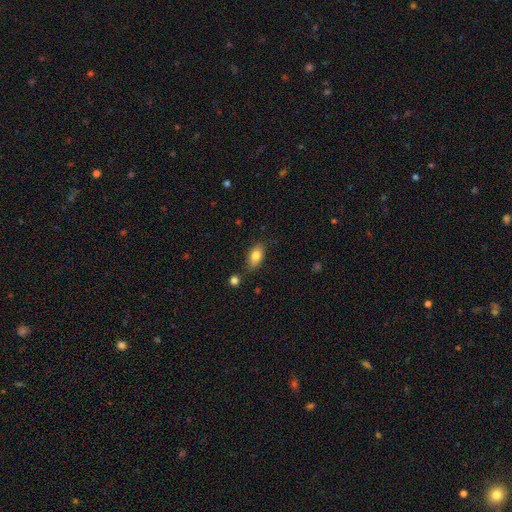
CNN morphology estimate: A smooth galaxy with no disk features (81%) that is in between round and cigar-shaped (88%).

Vote fractions:
- Smooth or featured? smooth: 81% / featured or disk: 12% / star or artifact: 8%
- How rounded? in between: 88% / round: 7% / cigar-shaped: 5%
- Merging? none: 77% / minor disturbance: 15% / merger: 4% / major disturbance: 3%